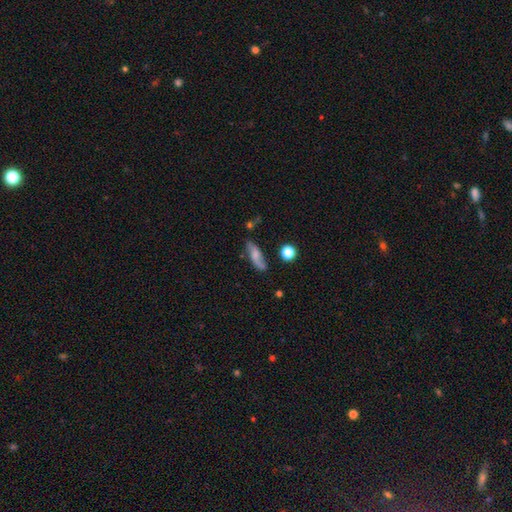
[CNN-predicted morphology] Q: Smooth or featured?
A: smooth (57%); runner-up: featured or disk (34%)
Q: How rounded?
A: in between (50%); runner-up: cigar-shaped (45%)
Q: Merging?
A: none (69%); runner-up: minor disturbance (21%)